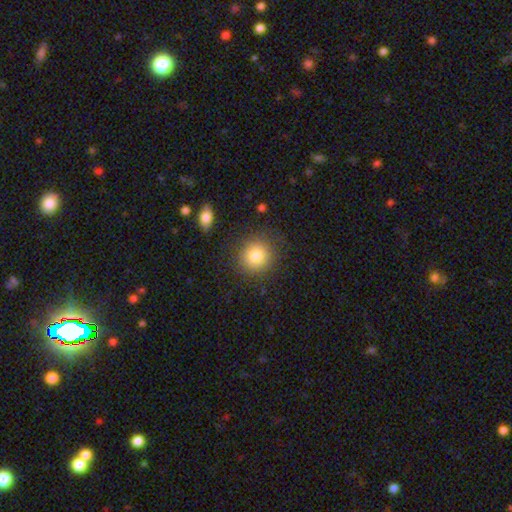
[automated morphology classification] A smooth galaxy with no disk features (81%) that is round (89%). Merging: none (85%).